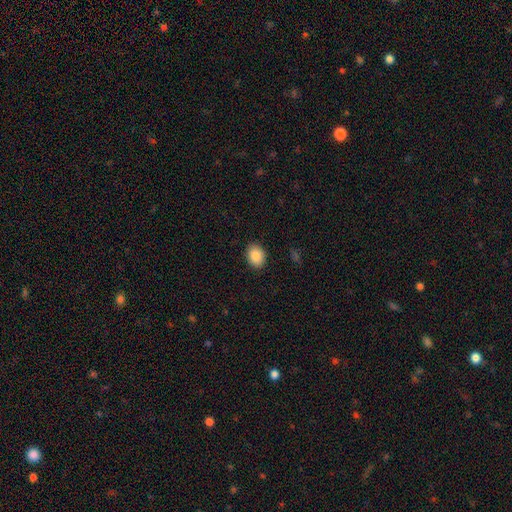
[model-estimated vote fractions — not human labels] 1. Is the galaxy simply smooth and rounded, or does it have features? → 88% smooth, 8% star or artifact, 4% featured or disk.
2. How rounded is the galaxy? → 65% in between, 34% round, 1% cigar-shaped.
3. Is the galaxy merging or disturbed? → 89% none, 8% minor disturbance, 2% major disturbance, 1% merger.